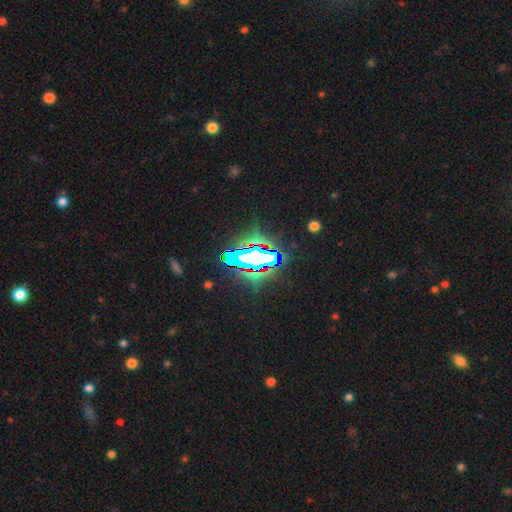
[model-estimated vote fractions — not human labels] Smooth or featured?
  - star or artifact: 68% *
  - smooth: 16%
  - featured or disk: 16%